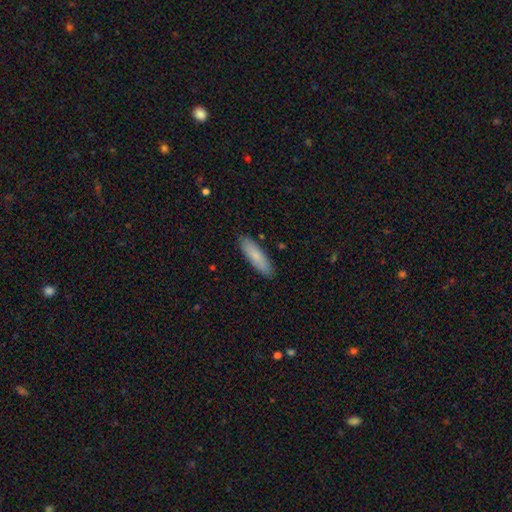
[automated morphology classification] smooth_or_featured: smooth (p=0.81) [alt: featured or disk p=0.13]
how_rounded: cigar-shaped (p=0.62) [alt: in between p=0.37]
merging: none (p=0.89) [alt: minor disturbance p=0.09]